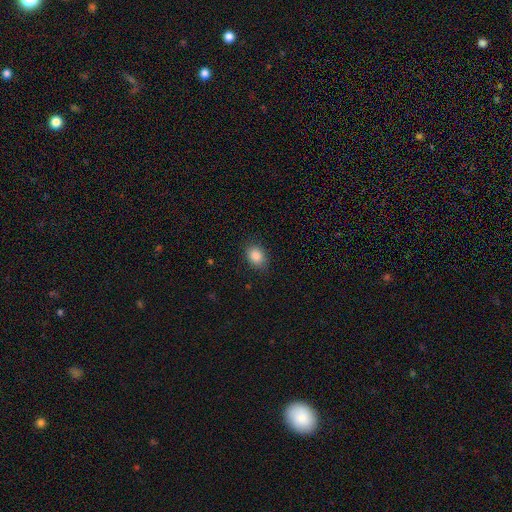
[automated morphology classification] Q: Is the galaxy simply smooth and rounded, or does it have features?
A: smooth — 87%.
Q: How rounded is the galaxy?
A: in between — 70%.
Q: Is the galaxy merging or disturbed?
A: none — 85%.